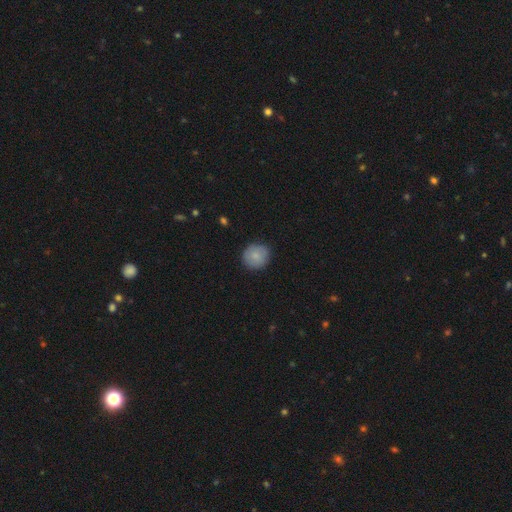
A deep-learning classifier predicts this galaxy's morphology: Q: Smooth or featured?
A: smooth (83%); runner-up: featured or disk (10%)
Q: How rounded?
A: round (90%); runner-up: in between (9%)
Q: Merging?
A: none (85%); runner-up: minor disturbance (11%)